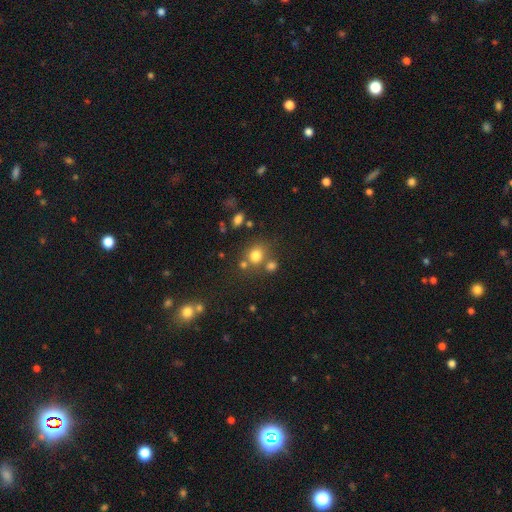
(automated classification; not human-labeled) Overall: smooth (75%). How rounded: round (76%). Merging: none (62%).